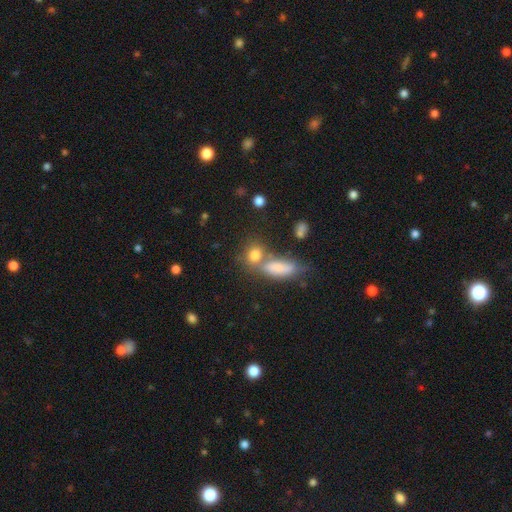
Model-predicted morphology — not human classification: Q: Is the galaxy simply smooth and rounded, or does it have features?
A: smooth — 74%.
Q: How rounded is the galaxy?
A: in between — 48%.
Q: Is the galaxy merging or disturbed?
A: none — 50%.